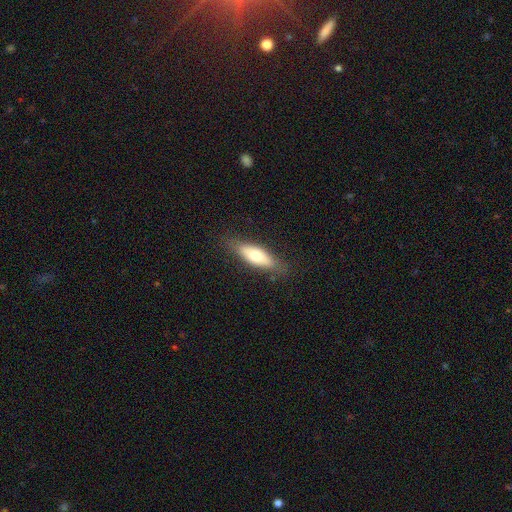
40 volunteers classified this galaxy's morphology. type=smooth (70%); roundness=in between (68%); merging=none (83%).